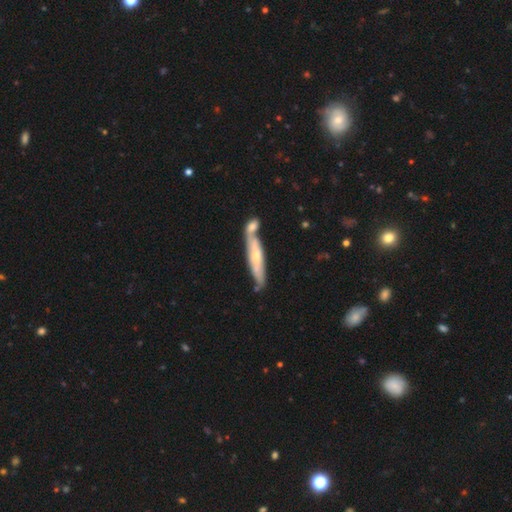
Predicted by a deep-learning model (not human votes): smooth_or_featured: featured or disk (p=0.54) [alt: smooth p=0.41]
disk_edge_on: yes (p=0.65) [alt: no p=0.35]
merging: none (p=0.43) [alt: merger p=0.39]